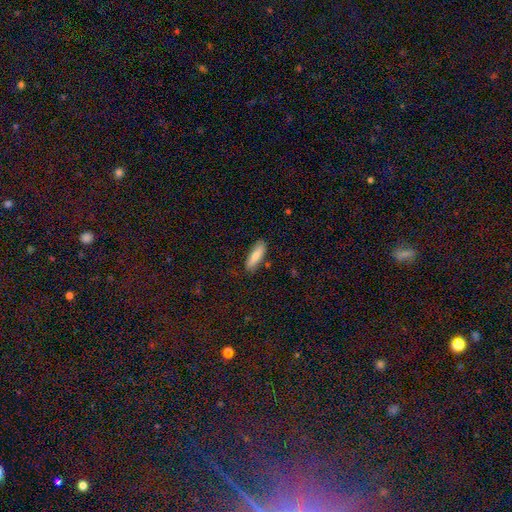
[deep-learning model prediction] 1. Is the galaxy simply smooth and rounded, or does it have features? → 78% smooth, 15% featured or disk, 6% star or artifact.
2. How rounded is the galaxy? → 51% cigar-shaped, 47% in between, 2% round.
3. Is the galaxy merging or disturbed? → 83% none, 12% minor disturbance, 3% major disturbance, 2% merger.